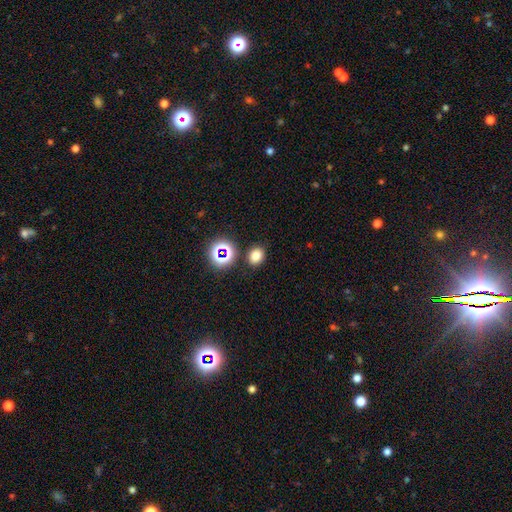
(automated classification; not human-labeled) A smooth galaxy with no disk features (75%) that is round (55%). Merging: none (85%).